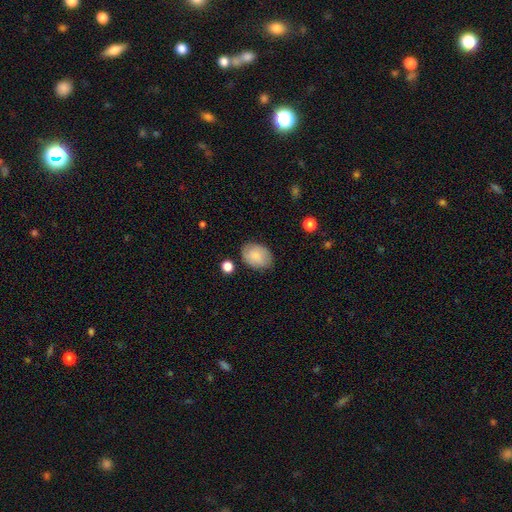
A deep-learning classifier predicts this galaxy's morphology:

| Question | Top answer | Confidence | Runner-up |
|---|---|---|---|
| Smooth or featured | smooth | 80% | featured or disk (13%) |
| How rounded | in between | 73% | round (26%) |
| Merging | none | 79% | minor disturbance (15%) |